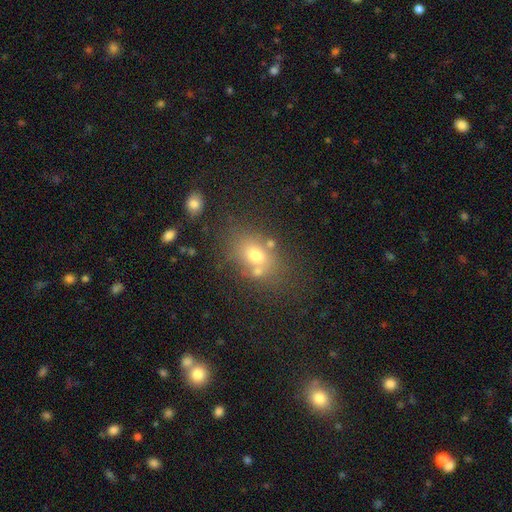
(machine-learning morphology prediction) smooth 68%, featured or disk 16%, star or artifact 15%. Down the decision tree: how rounded — in between (66%); merging — none (60%).